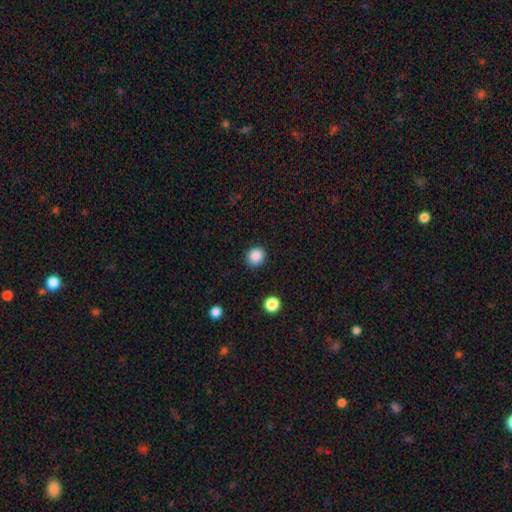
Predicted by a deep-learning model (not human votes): Smooth or featured?
  - smooth: 87% *
  - star or artifact: 10%
  - featured or disk: 3%
How rounded?
  - round: 83% *
  - in between: 16%
  - cigar-shaped: 1%
Merging?
  - none: 89% *
  - minor disturbance: 7%
  - major disturbance: 2%
  - merger: 1%